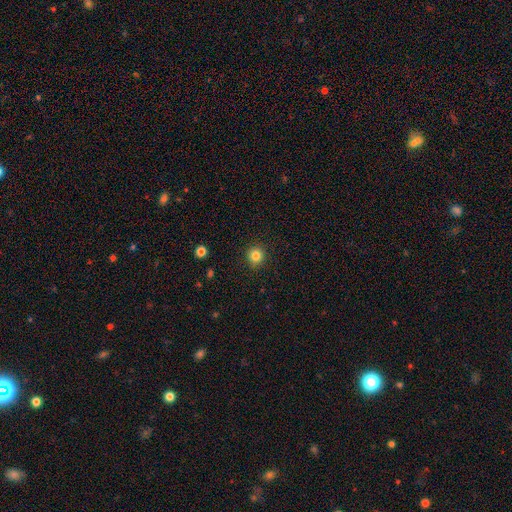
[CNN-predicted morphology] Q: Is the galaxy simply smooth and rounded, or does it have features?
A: smooth — 83%.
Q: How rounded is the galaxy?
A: round — 93%.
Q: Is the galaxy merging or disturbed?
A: none — 91%.